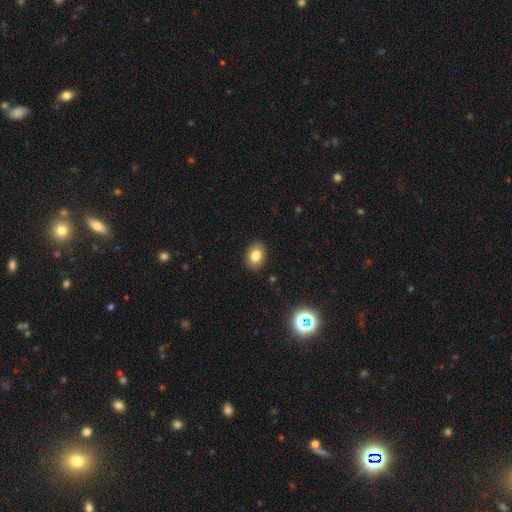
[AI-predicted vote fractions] Smooth or featured? smooth (81%)
How rounded? in between (75%)
Merging? none (88%)